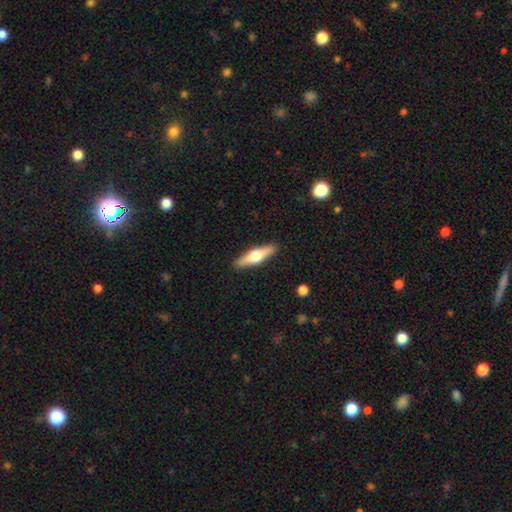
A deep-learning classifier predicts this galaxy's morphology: The model was most divided on "smooth or featured": featured or disk: 51%, smooth: 44%, star or artifact: 5%. More confident: edge-on disk — yes (93%); merging — none (90%).